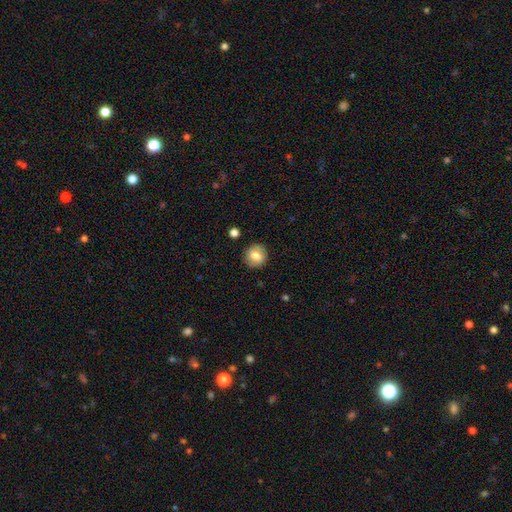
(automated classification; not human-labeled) smooth 74%, featured or disk 18%, star or artifact 9%. Down the decision tree: how rounded — round (86%); merging — none (87%).